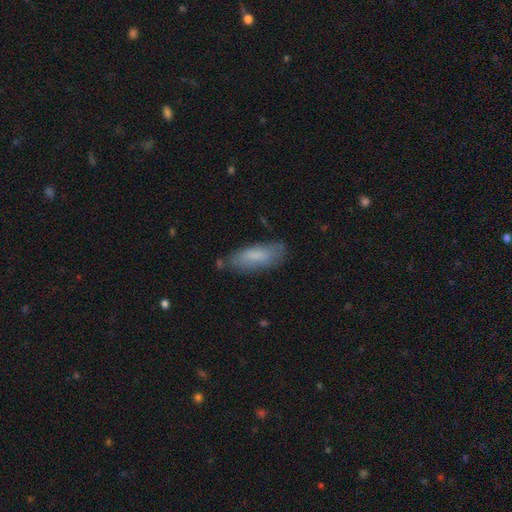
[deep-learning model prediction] Morphology: type=smooth (77%); roundness=in between (64%); merging=none (70%).